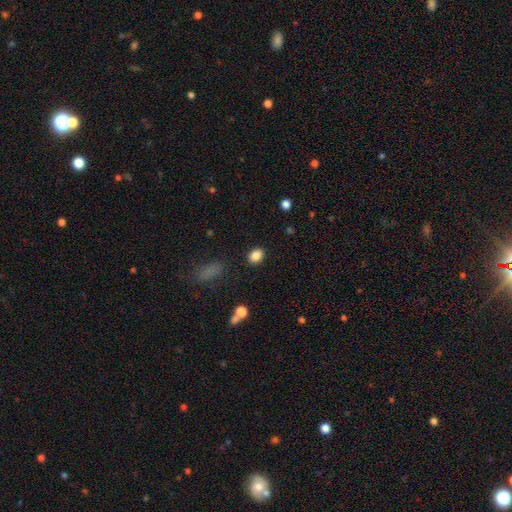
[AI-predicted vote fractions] Smooth or featured? smooth (86%)
How rounded? in between (72%)
Merging? none (87%)